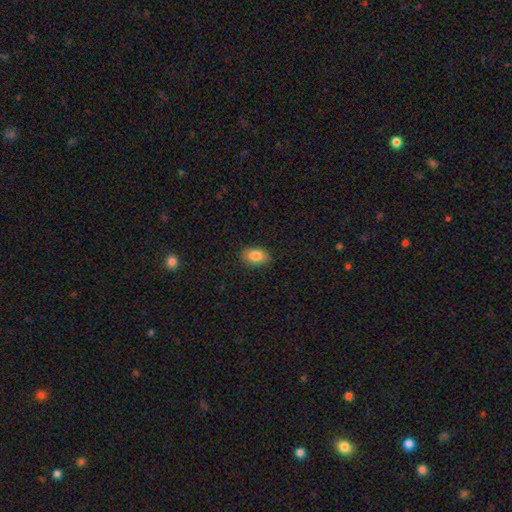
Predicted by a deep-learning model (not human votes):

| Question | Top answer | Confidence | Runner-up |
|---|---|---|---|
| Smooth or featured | smooth | 86% | star or artifact (8%) |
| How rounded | in between | 88% | round (10%) |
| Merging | none | 86% | minor disturbance (11%) |